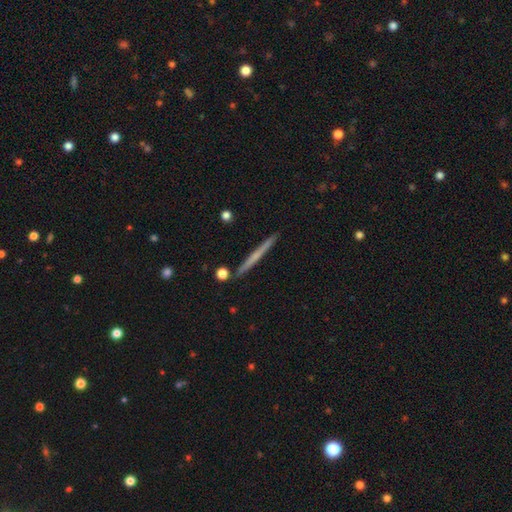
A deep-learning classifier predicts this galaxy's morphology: Smooth or featured: featured or disk — 47% (tied with smooth — 47%)
Merging: none — 91% (minor disturbance — 6%)